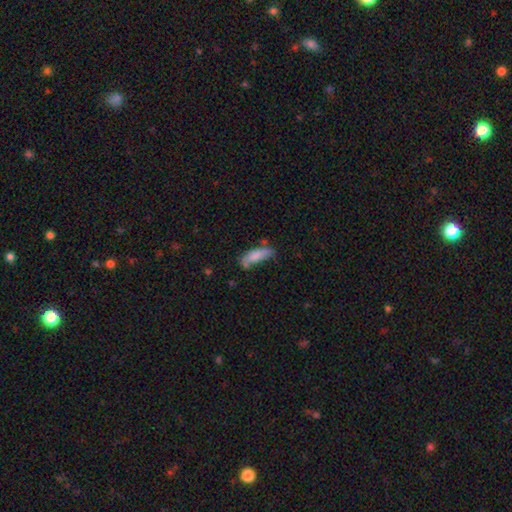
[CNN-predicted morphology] smooth 78%, featured or disk 15%, star or artifact 8%. Down the decision tree: how rounded — in between (55%); merging — none (47%).